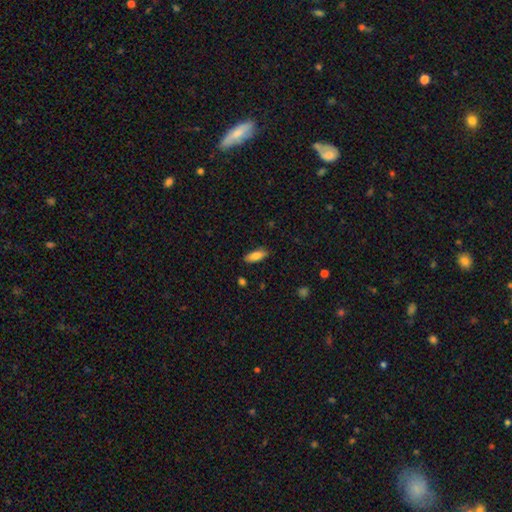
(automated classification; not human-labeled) Morphology: type=smooth (82%); roundness=in between (77%); merging=none (86%).